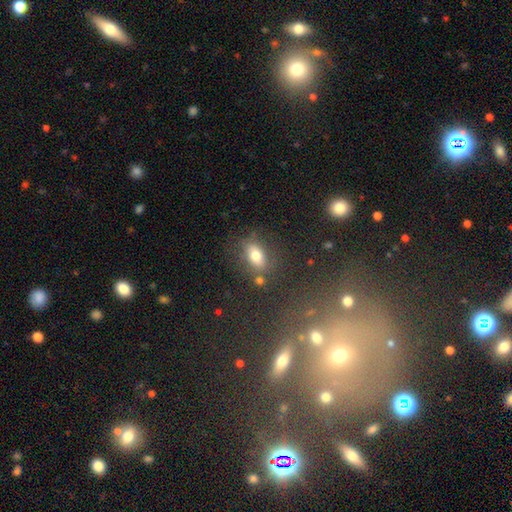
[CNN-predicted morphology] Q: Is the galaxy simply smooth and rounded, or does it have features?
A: smooth — 72%.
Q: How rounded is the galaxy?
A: in between — 79%.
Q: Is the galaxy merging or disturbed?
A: none — 70%.